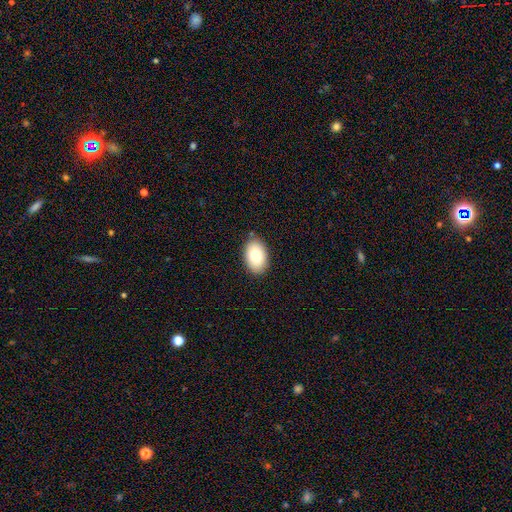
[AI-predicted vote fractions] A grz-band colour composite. It shows a smooth galaxy with no disk features (83%) that is in between round and cigar-shaped (92%). Merging: none (86%).